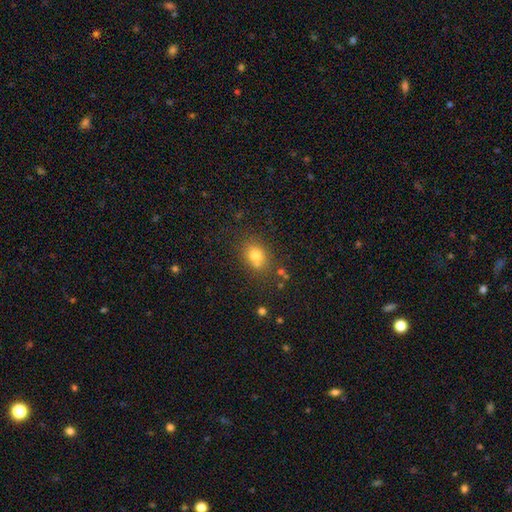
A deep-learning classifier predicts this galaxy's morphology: smooth_or_featured: smooth (p=0.76) [alt: star or artifact p=0.14]
how_rounded: in between (p=0.50) [alt: round p=0.48]
merging: none (p=0.62) [alt: merger p=0.17]